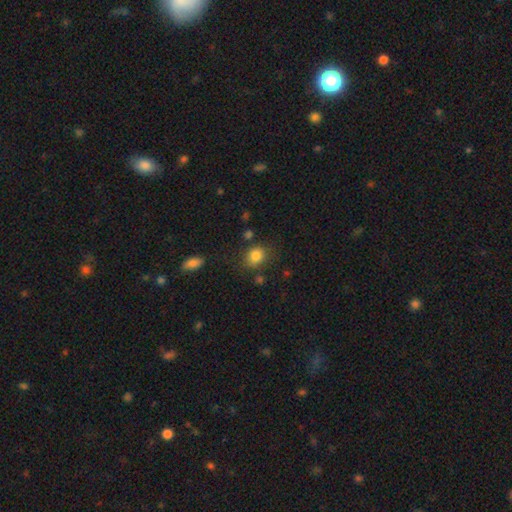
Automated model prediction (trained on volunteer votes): Morphology: type=smooth (83%); roundness=round (57%); merging=none (75%).